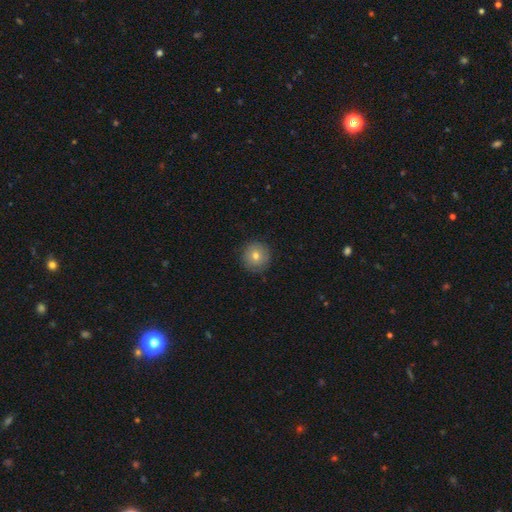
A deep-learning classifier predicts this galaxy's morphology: smooth-or-featured: smooth: 75% | featured or disk: 14% | star or artifact: 11%
  how-rounded: round: 95% | in between: 4% | cigar-shaped: 1%
  merging: none: 89% | minor disturbance: 8% | major disturbance: 2% | merger: 1%